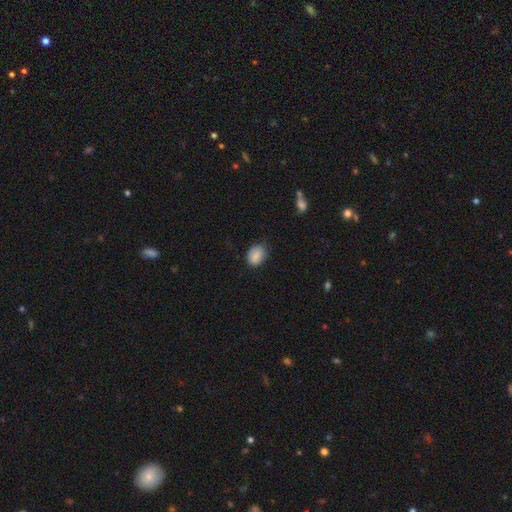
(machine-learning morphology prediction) Smooth or featured: smooth — 87% (star or artifact — 8%)
How rounded: in between — 64% (round — 35%)
Merging: none — 69% (minor disturbance — 25%)